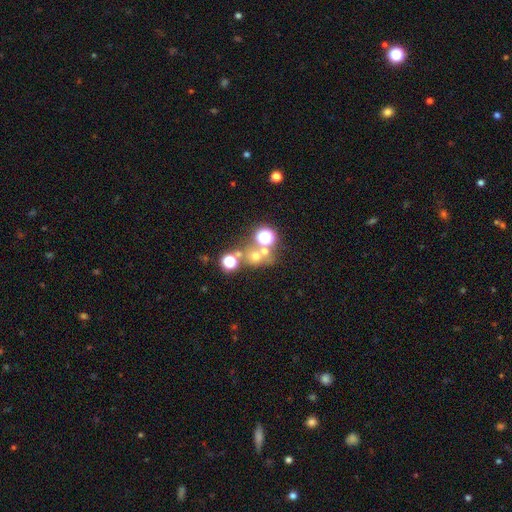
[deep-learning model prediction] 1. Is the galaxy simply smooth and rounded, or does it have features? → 49% smooth, 33% star or artifact, 17% featured or disk.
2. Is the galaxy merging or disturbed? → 53% none, 33% merger, 9% minor disturbance, 5% major disturbance.